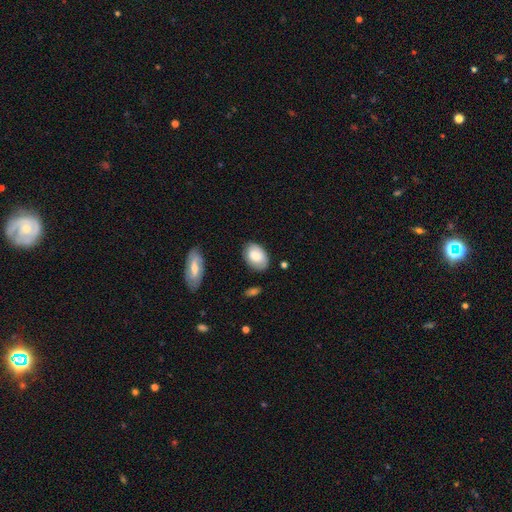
Smooth or featured? 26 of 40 (65%) said smooth. How rounded? 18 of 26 (69%) said in between. Merging? 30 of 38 (79%) said none.